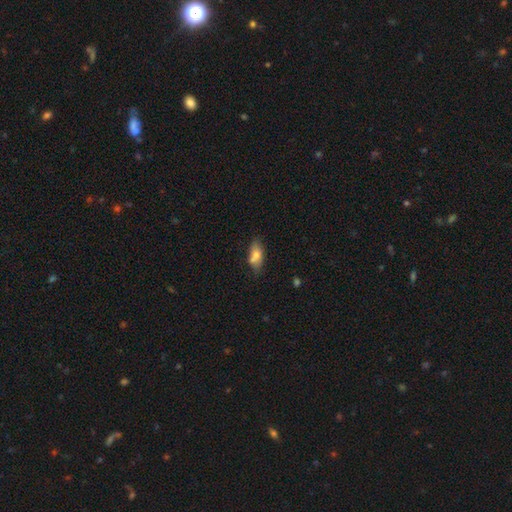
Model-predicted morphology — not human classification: smooth_or_featured: smooth (p=0.74) [alt: featured or disk p=0.18]
how_rounded: in between (p=0.78) [alt: cigar-shaped p=0.18]
merging: none (p=0.60) [alt: minor disturbance p=0.22]